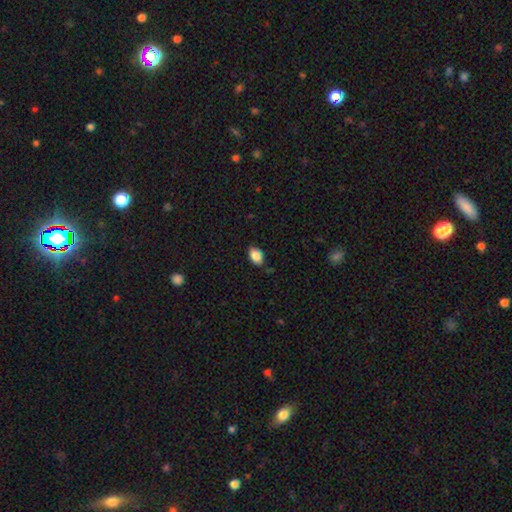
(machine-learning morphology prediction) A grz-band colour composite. It shows a smooth galaxy with no disk features (88%) that is in between round and cigar-shaped (86%). Merging: none (84%).